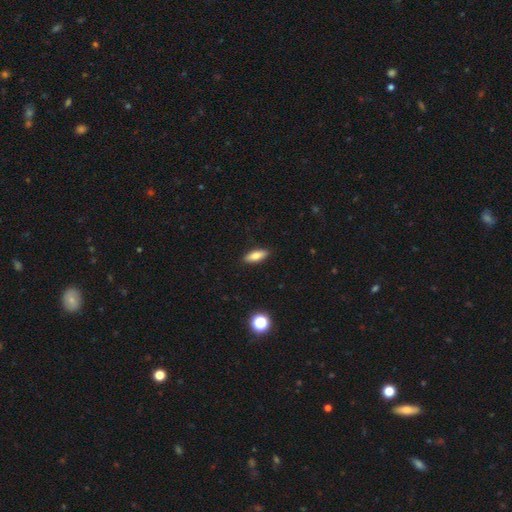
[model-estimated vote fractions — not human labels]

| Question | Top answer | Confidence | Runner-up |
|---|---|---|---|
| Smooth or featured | smooth | 76% | featured or disk (16%) |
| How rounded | in between | 67% | cigar-shaped (30%) |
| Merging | none | 90% | minor disturbance (8%) |